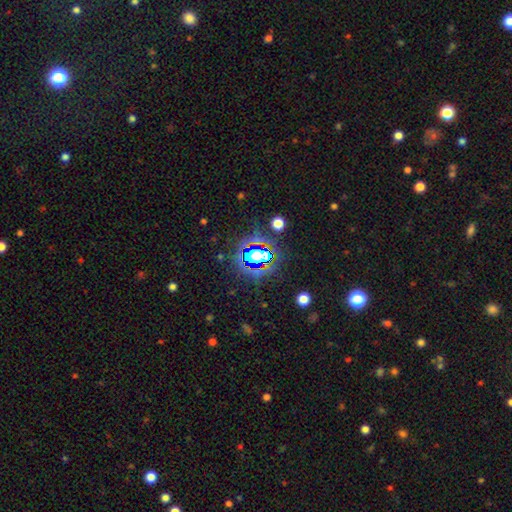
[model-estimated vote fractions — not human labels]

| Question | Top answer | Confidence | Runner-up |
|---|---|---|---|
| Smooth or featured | star or artifact | 62% | smooth (25%) |